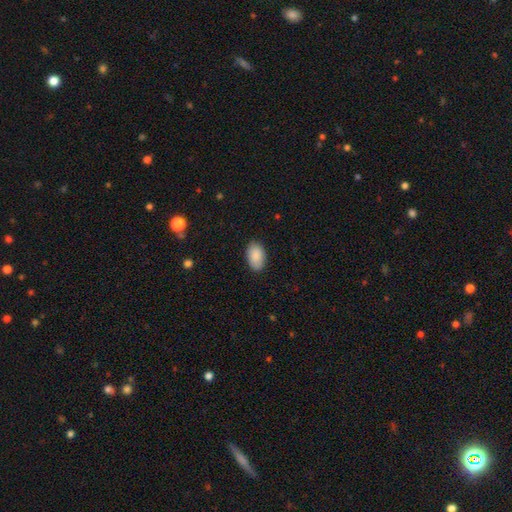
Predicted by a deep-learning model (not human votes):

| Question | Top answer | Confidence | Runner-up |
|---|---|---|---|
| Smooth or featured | smooth | 89% | star or artifact (7%) |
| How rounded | in between | 93% | round (5%) |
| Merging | none | 86% | minor disturbance (11%) |